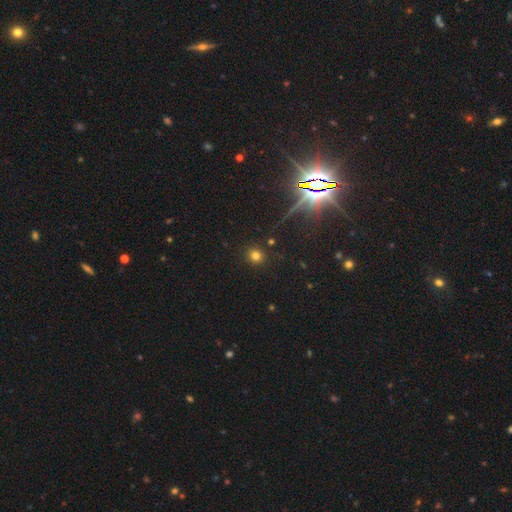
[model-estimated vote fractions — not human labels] The model was most divided on "smooth or featured": smooth: 74%, star or artifact: 19%, featured or disk: 6%. More confident: how rounded — round (91%); merging — none (90%).